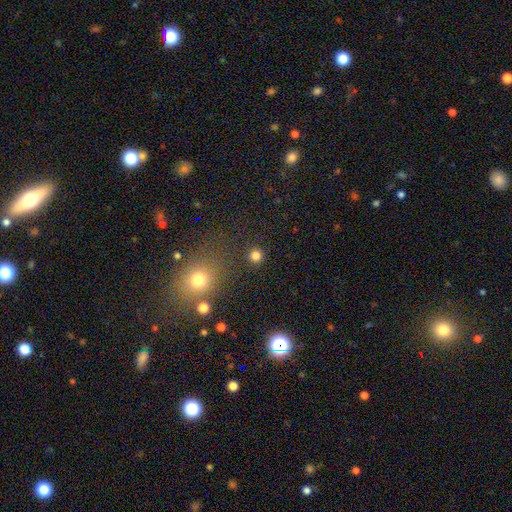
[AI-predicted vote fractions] Smooth or featured?
  - smooth: 81% *
  - star or artifact: 15%
  - featured or disk: 4%
How rounded?
  - round: 92% *
  - in between: 7%
  - cigar-shaped: 1%
Merging?
  - none: 88% *
  - minor disturbance: 6%
  - merger: 3%
  - major disturbance: 3%